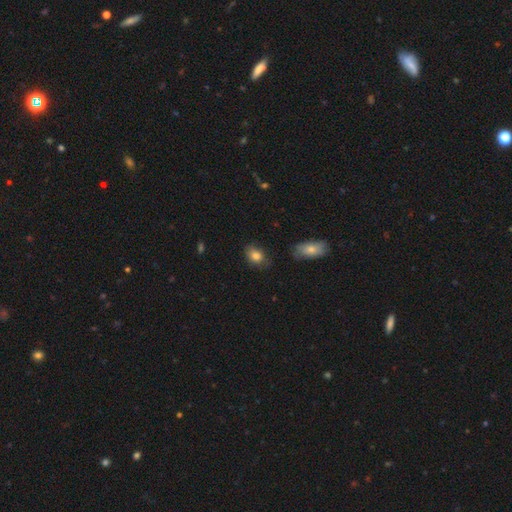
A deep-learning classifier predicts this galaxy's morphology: smooth 83%, featured or disk 8%, star or artifact 8%. Down the decision tree: how rounded — in between (73%); merging — none (71%).